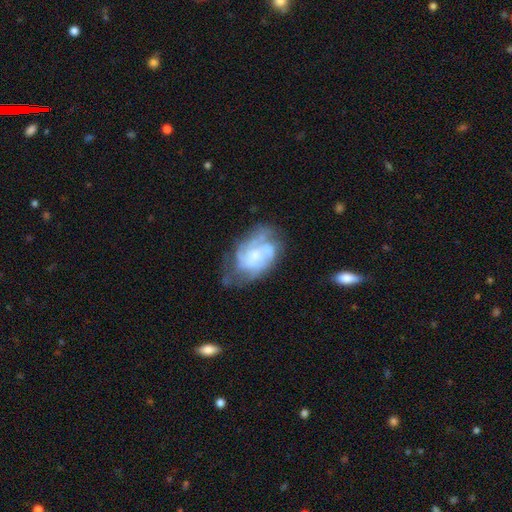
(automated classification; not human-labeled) featured or disk 77%, smooth 16%, star or artifact 7%. Down the decision tree: edge-on disk — no (97%); bar — no (65%); spiral arms — yes (89%); spiral arm count — can't tell (36%); spiral winding — tight (48%); bulge size — small (54%); merging — none (53%).